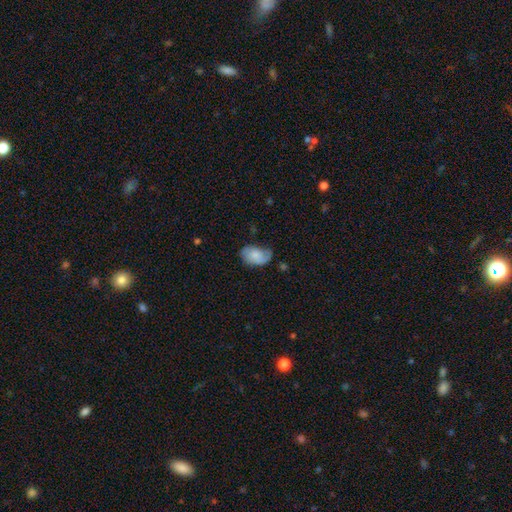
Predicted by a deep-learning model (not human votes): This appears to be a smooth galaxy with no disk features (69%) that is in between round and cigar-shaped (90%). Merging: none (48%).